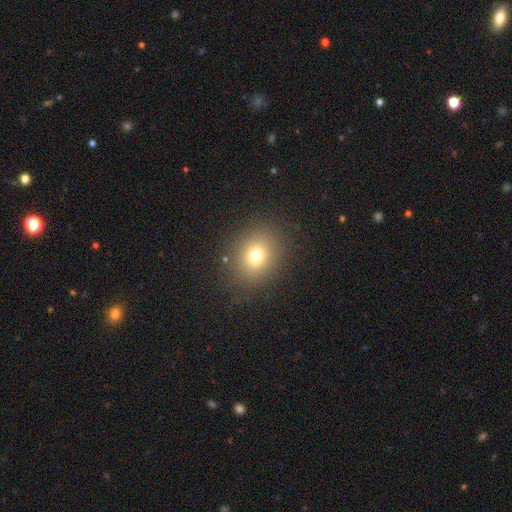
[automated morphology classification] Smooth or featured: smooth — 73% (star or artifact — 16%)
How rounded: round — 64% (in between — 35%)
Merging: none — 85% (minor disturbance — 9%)